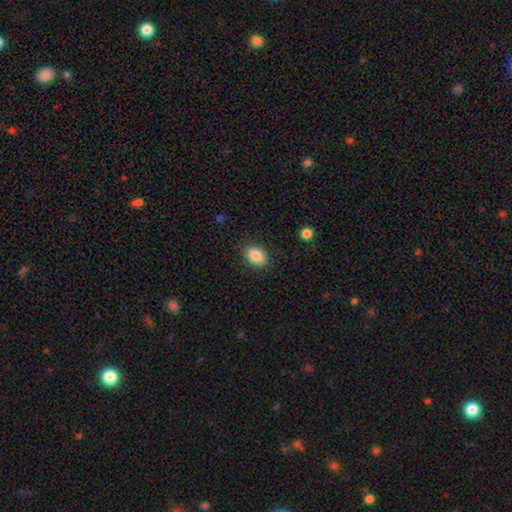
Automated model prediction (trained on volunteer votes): Morphology: type=smooth (87%); roundness=in between (81%); merging=none (87%).